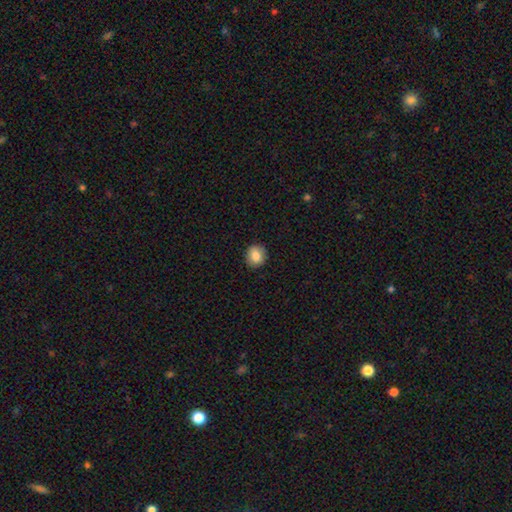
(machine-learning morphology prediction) A smooth galaxy with no disk features (83%) that is round (78%). Merging: none (89%).